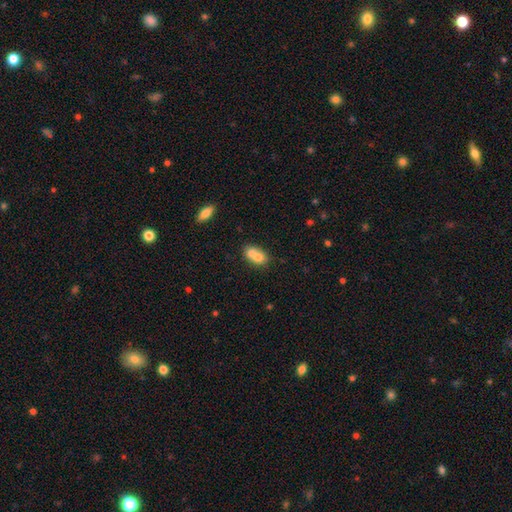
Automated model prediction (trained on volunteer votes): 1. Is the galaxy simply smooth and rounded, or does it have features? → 69% smooth, 22% featured or disk, 9% star or artifact.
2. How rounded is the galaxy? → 59% in between, 39% round, 2% cigar-shaped.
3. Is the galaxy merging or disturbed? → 67% merger, 24% none, 7% minor disturbance, 3% major disturbance.